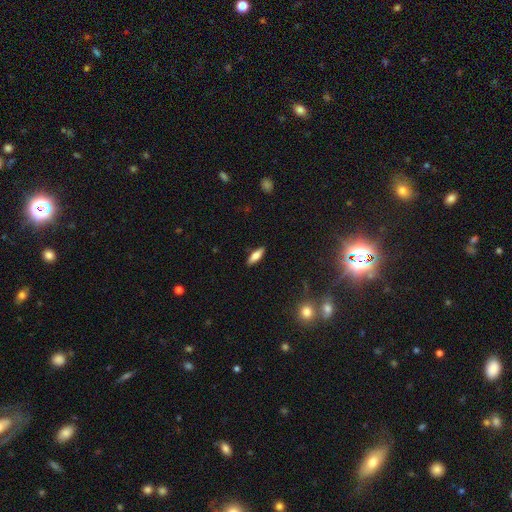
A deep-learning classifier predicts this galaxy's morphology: smooth-or-featured: smooth: 70% | featured or disk: 23% | star or artifact: 7%
  how-rounded: in between: 54% | cigar-shaped: 44% | round: 2%
  merging: none: 88% | minor disturbance: 8% | major disturbance: 2% | merger: 1%